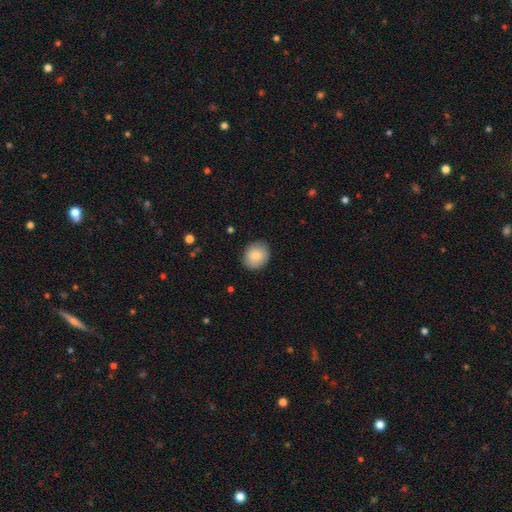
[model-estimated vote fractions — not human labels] Smooth or featured?
  - smooth: 83% *
  - featured or disk: 10%
  - star or artifact: 7%
How rounded?
  - round: 64% *
  - in between: 35%
  - cigar-shaped: 1%
Merging?
  - none: 85% *
  - minor disturbance: 12%
  - major disturbance: 2%
  - merger: 1%